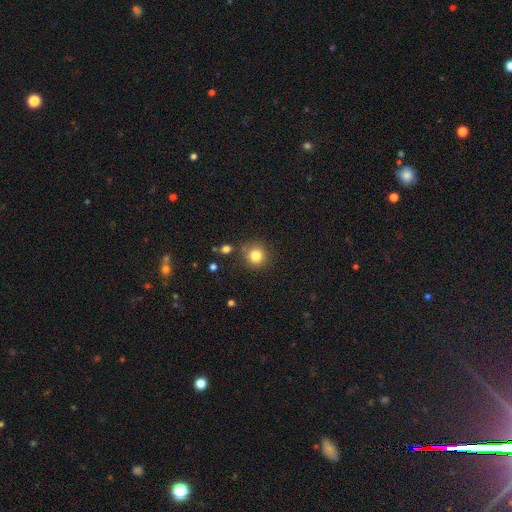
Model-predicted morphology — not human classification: Smooth or featured? smooth (82%)
How rounded? round (92%)
Merging? none (80%)